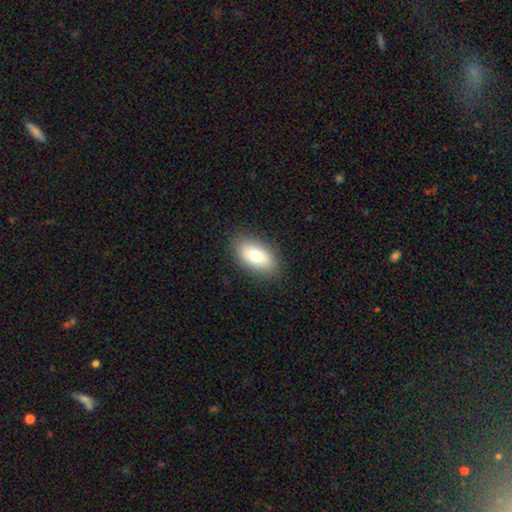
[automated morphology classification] This appears to be a smooth galaxy with no disk features (77%) that is in between round and cigar-shaped (92%). Merging: none (87%).